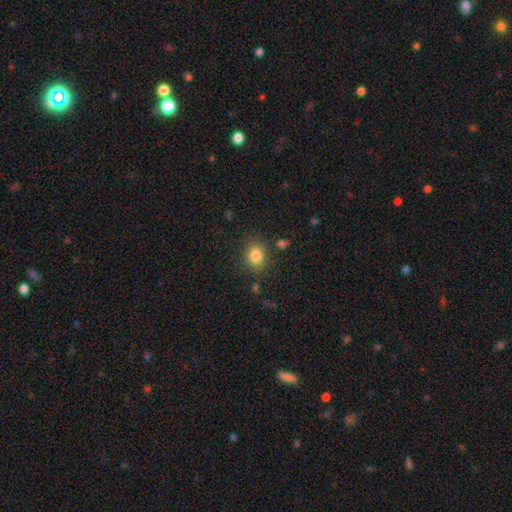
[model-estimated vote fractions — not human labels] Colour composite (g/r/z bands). It shows a smooth galaxy with no disk features (83%) that is round (60%). Merging: none (82%).